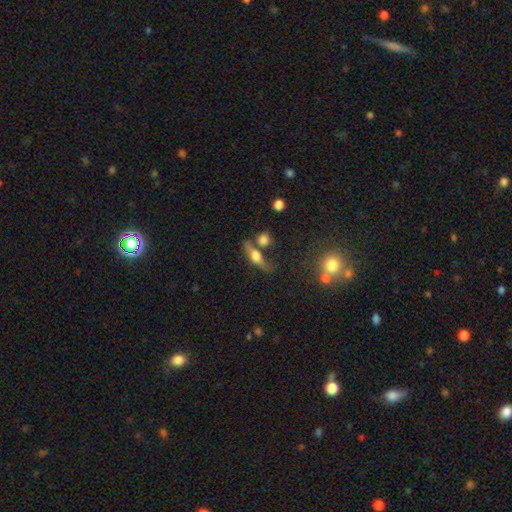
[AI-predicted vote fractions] Smooth or featured? Predicted: featured or disk (p=0.57). Edge-on disk? Predicted: yes (p=0.87). Merging? Predicted: none (p=0.58).